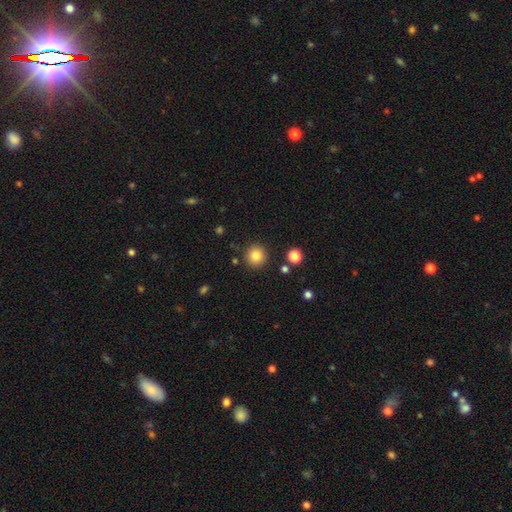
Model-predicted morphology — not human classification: Smooth or featured?
  - smooth: 84% *
  - star or artifact: 10%
  - featured or disk: 5%
How rounded?
  - round: 94% *
  - in between: 5%
  - cigar-shaped: 1%
Merging?
  - none: 89% *
  - minor disturbance: 7%
  - merger: 3%
  - major disturbance: 2%